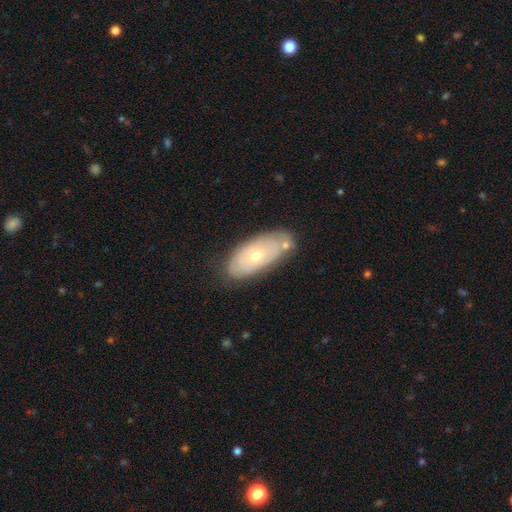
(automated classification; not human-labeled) This appears to be a featured or disk galaxy (50%). Merging: none (67%).